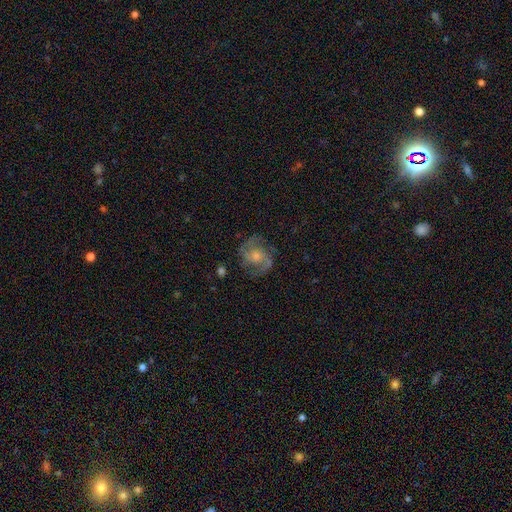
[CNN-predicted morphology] type=featured or disk (80%); edge-on=no (98%); bar=no (65%); spiral arms=yes (95%); winding=medium (54%); arm count=2 (74%); bulge=moderate (45%); merging=none (77%).